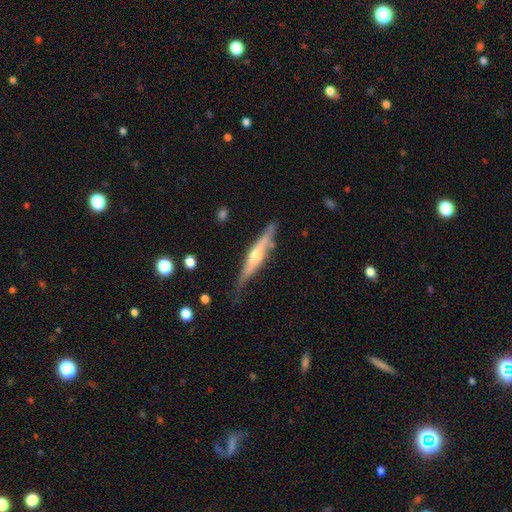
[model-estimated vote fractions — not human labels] A featured or disk galaxy (64%) viewed edge-on (94%) with a rounded central bulge (86%).

Vote fractions:
- Smooth or featured? featured or disk: 64% / smooth: 30% / star or artifact: 5%
- Edge-on disk? yes: 94% / no: 6%
- Edge-on bulge? rounded: 86% / none: 8% / boxy: 6%
- Merging? none: 72% / minor disturbance: 20% / major disturbance: 4% / merger: 4%